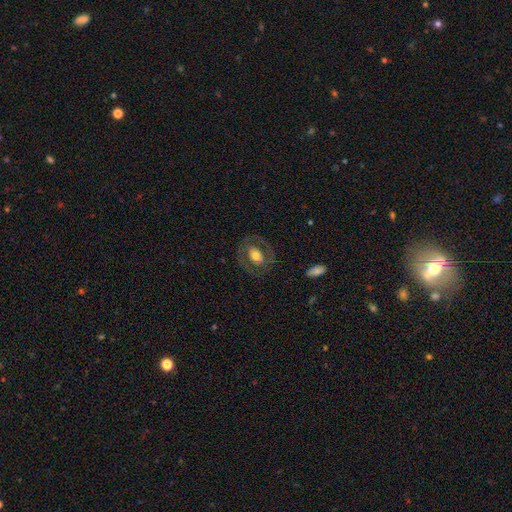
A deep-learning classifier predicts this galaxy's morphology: This appears to be a featured or disk galaxy (48%). Merging: none (77%).